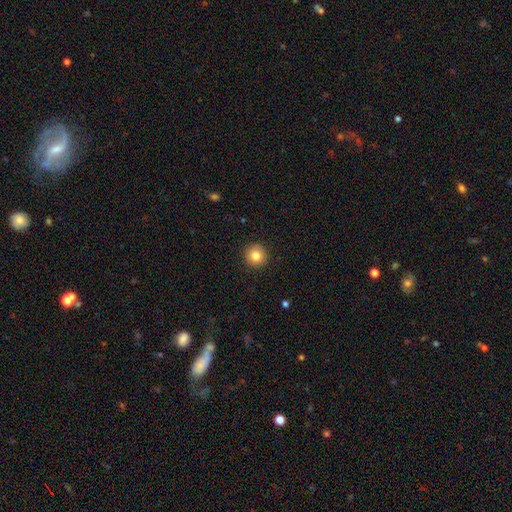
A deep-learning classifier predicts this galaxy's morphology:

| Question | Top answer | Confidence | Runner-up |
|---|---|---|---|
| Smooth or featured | smooth | 83% | star or artifact (10%) |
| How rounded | round | 95% | in between (4%) |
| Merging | none | 92% | minor disturbance (5%) |